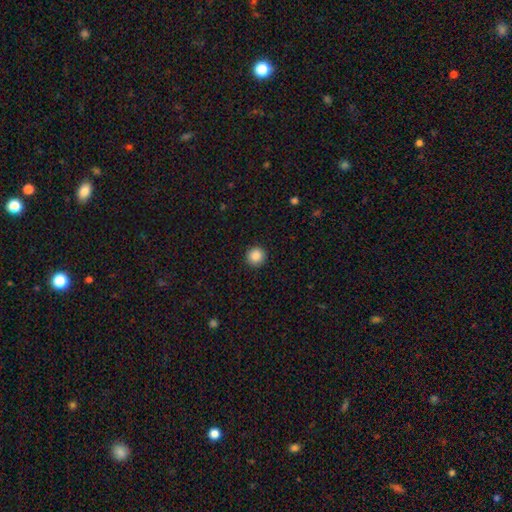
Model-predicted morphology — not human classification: A smooth galaxy with no disk features (87%) that is round (95%).

Vote fractions:
- Smooth or featured? smooth: 87% / star or artifact: 9% / featured or disk: 4%
- How rounded? round: 95% / in between: 4% / cigar-shaped: 1%
- Merging? none: 92% / minor disturbance: 5% / major disturbance: 2% / merger: 1%